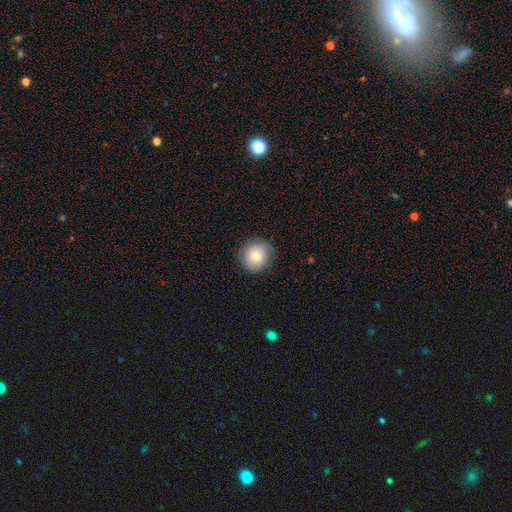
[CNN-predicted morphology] A smooth galaxy with no disk features (78%) that is round (89%). Merging: none (84%).